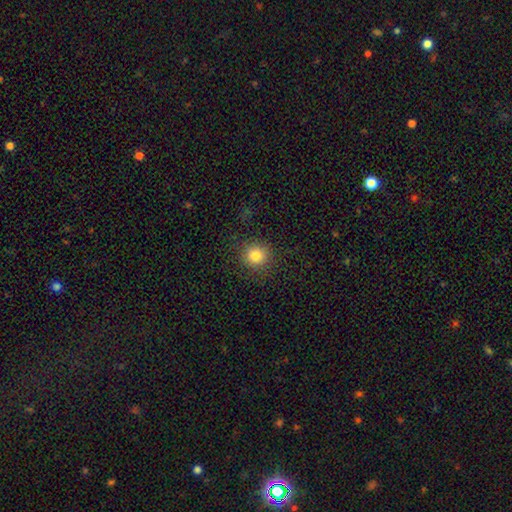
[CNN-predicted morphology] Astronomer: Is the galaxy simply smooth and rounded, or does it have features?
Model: smooth — 82%.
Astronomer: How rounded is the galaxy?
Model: round — 92%.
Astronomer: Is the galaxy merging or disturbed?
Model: none — 89%.